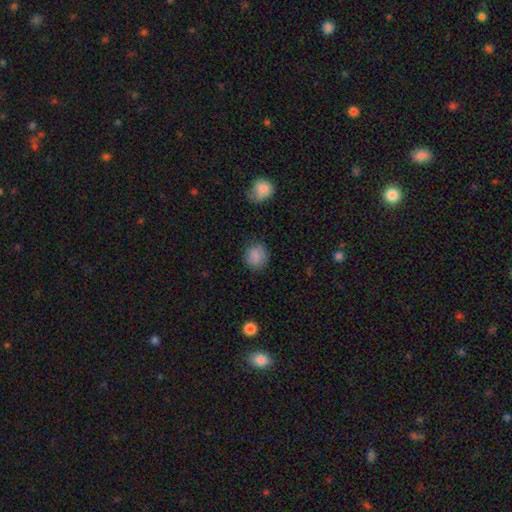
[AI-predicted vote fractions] This is clearly a smooth galaxy (85%). How rounded: clearly round (83%). Merging: clearly none (83%).